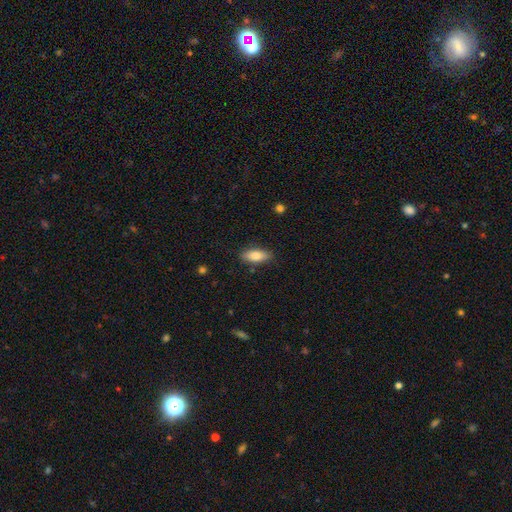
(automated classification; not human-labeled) The model was most divided on "how rounded": in between: 79%, cigar-shaped: 18%, round: 3%. More confident: merging — none (85%); smooth or featured — smooth (81%).